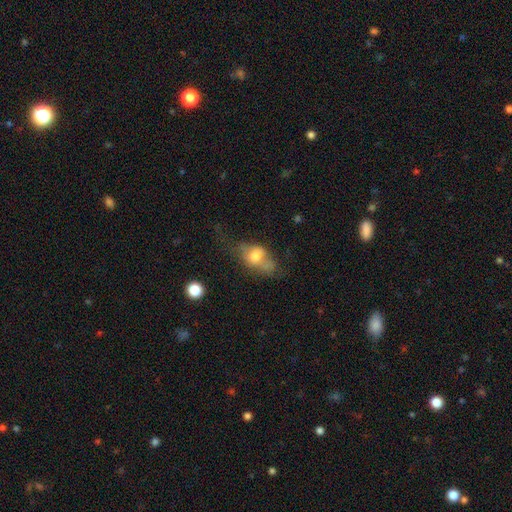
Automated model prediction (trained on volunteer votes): A smooth galaxy with no disk features (58%) that is in between round and cigar-shaped (74%). Merging: none (34%).